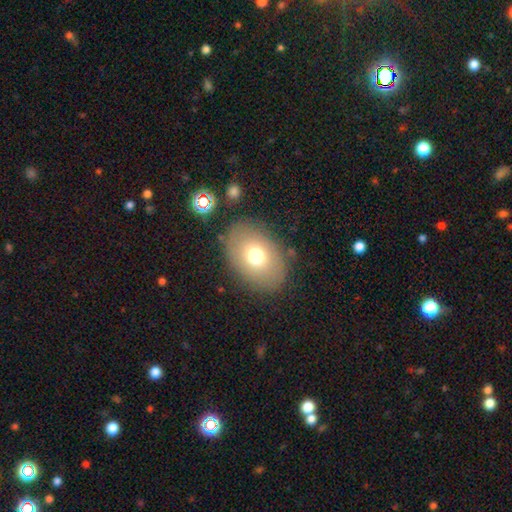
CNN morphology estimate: smooth 69%, featured or disk 20%, star or artifact 10%. Down the decision tree: how rounded — in between (77%); merging — none (81%).